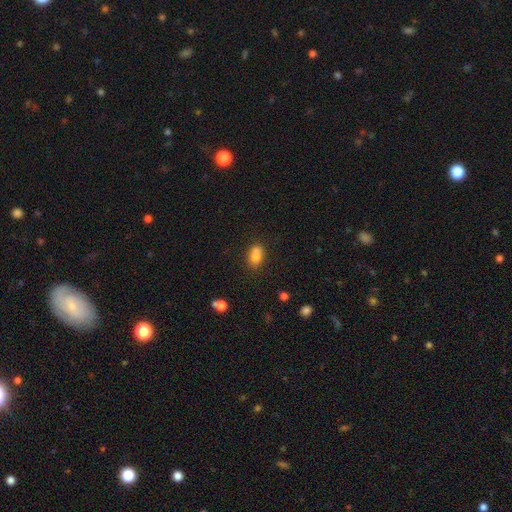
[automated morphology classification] Smooth or featured?
  - smooth: 76% *
  - featured or disk: 13%
  - star or artifact: 11%
How rounded?
  - in between: 74% *
  - round: 23%
  - cigar-shaped: 3%
Merging?
  - none: 47% *
  - merger: 32%
  - minor disturbance: 16%
  - major disturbance: 5%